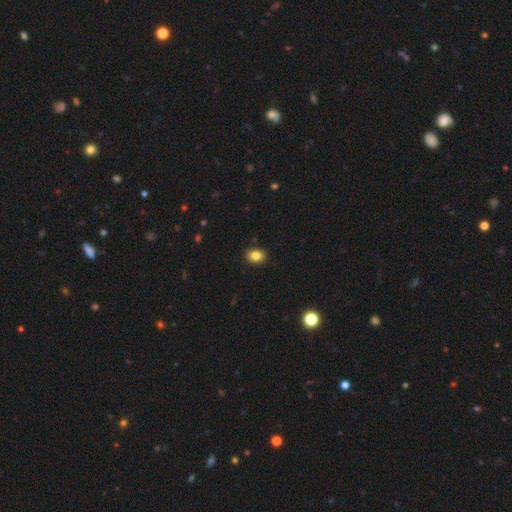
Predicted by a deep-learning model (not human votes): Overall: smooth (84%). How rounded: in between (59%; round 40%). Merging: none (90%).